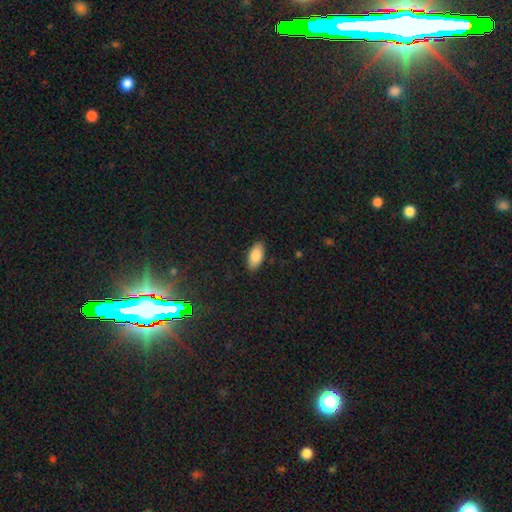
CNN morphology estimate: A smooth galaxy with no disk features (87%) that is in between round and cigar-shaped (92%).

Vote fractions:
- Smooth or featured? smooth: 87% / star or artifact: 7% / featured or disk: 6%
- How rounded? in between: 92% / cigar-shaped: 6% / round: 2%
- Merging? none: 87% / minor disturbance: 10% / major disturbance: 2% / merger: 1%